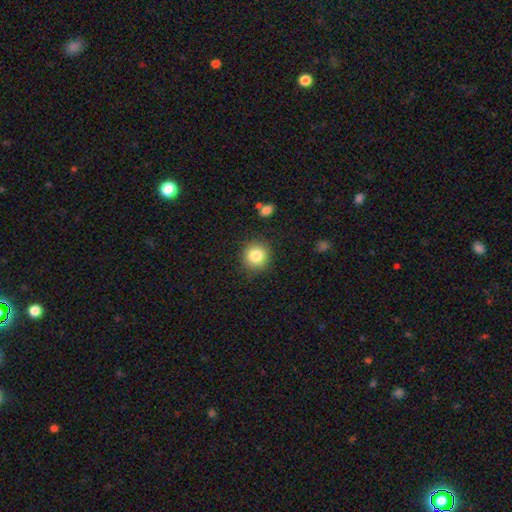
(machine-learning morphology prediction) Overall: smooth (84%). How rounded: round (90%). Merging: none (87%).